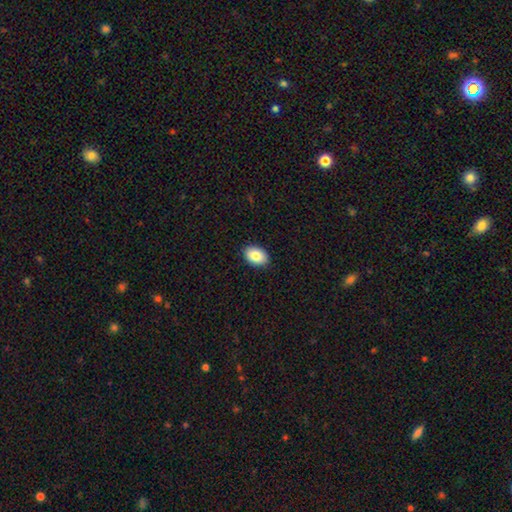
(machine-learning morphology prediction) Smooth or featured? smooth (84%)
How rounded? in between (85%)
Merging? none (90%)